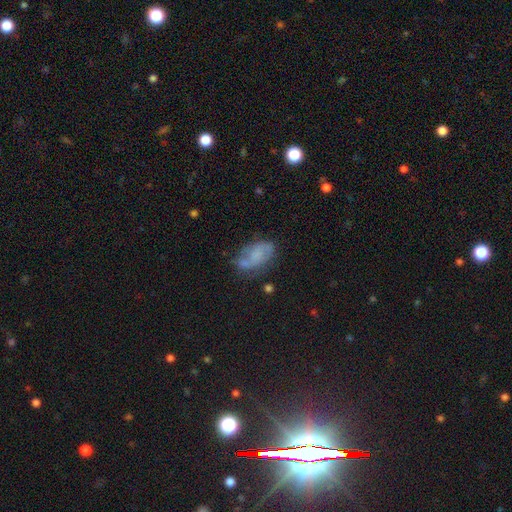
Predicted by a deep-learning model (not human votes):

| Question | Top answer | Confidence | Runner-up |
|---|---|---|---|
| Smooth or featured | smooth | 45% | featured or disk (43%) |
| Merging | none | 54% | minor disturbance (26%) |